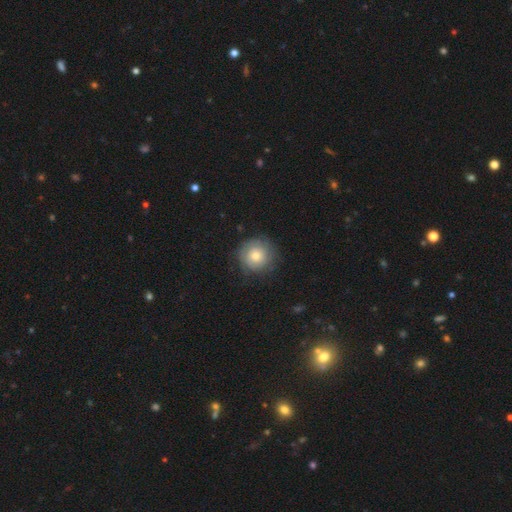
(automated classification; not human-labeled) A smooth galaxy with no disk features (65%) that is round (93%). Merging: none (79%).